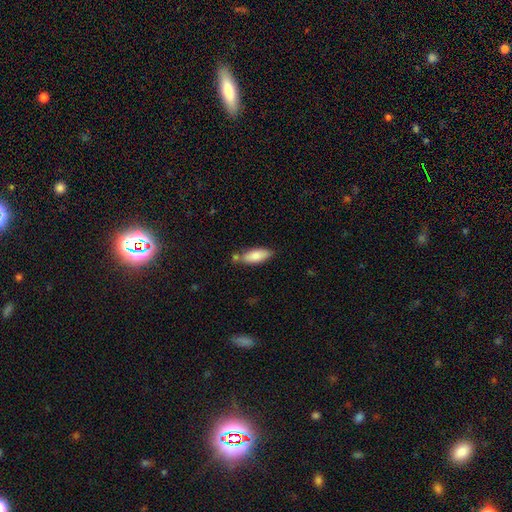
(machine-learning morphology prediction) smooth-or-featured: smooth: 79% | featured or disk: 15% | star or artifact: 6%
  how-rounded: in between: 75% | cigar-shaped: 23% | round: 2%
  merging: none: 68% | minor disturbance: 16% | merger: 13% | major disturbance: 3%